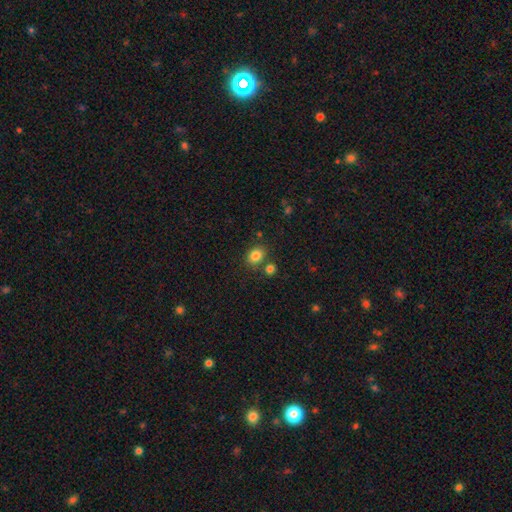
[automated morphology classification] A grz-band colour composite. It shows a smooth galaxy with no disk features (83%) that is in between round and cigar-shaped (54%). Merging: none (72%).